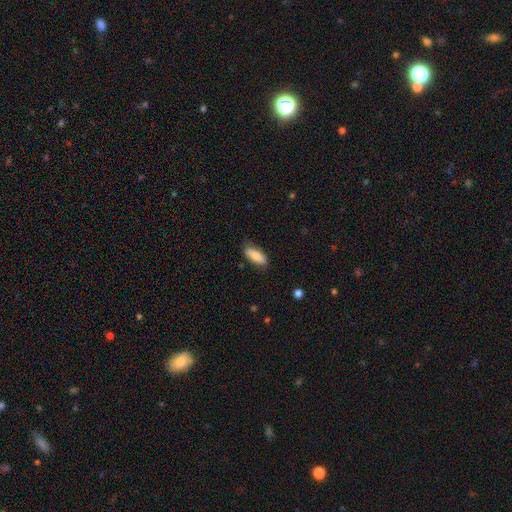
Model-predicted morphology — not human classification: Smooth or featured: smooth — 80% (featured or disk — 14%)
How rounded: in between — 74% (cigar-shaped — 24%)
Merging: none — 77% (minor disturbance — 18%)